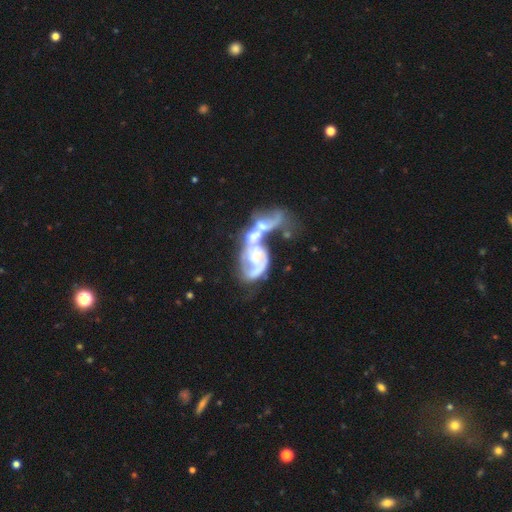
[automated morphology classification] Smooth or featured?
  - featured or disk: 75% *
  - smooth: 16%
  - star or artifact: 9%
Edge-on disk?
  - no: 95% *
  - yes: 5%
Bar?
  - no: 69% *
  - weak: 22%
  - strong: 9%
Spiral arms?
  - yes: 72% *
  - no: 28%
Spiral winding?
  - loose: 37% *
  - medium: 34%
  - tight: 29%
Spiral arm count?
  - 2: 46% *
  - can't tell: 28%
  - 1: 19%
  - 3: 4%
  - 4: 2%
  - more than 4: 2%
Bulge size?
  - small: 32% *
  - moderate: 31%
  - none: 26%
  - large: 8%
  - dominant: 3%
Merging?
  - merger: 73% *
  - major disturbance: 14%
  - none: 7%
  - minor disturbance: 5%